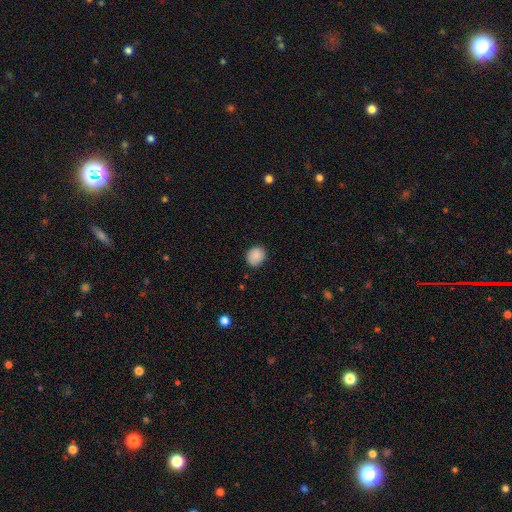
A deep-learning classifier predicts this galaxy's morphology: A smooth galaxy with no disk features (87%) that is round (74%). Merging: none (86%).